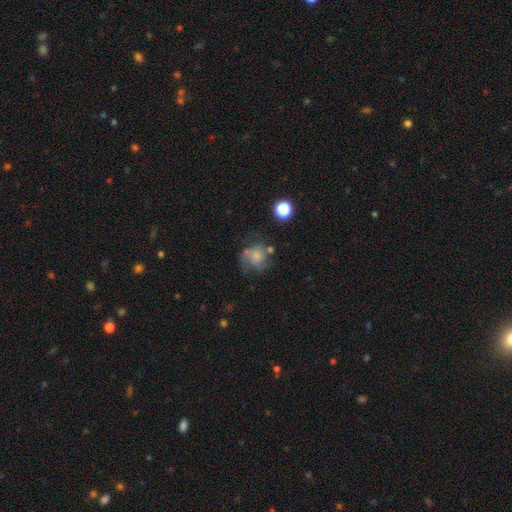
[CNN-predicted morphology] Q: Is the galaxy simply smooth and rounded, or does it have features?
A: smooth — 54%.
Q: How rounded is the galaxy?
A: round — 74%.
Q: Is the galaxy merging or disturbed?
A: none — 44%.